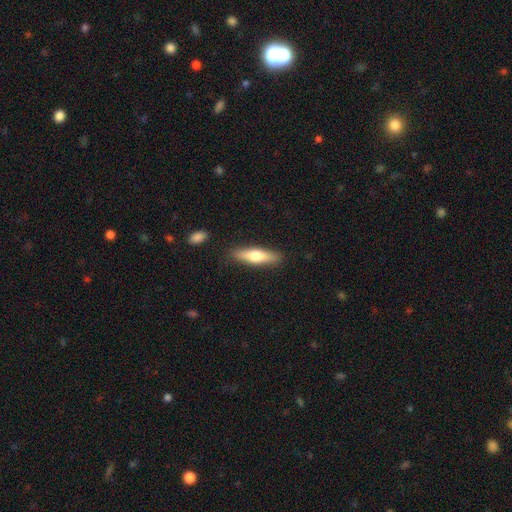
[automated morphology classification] A smooth galaxy with no disk features (61%) that is cigar-shaped (71%). Merging: none (87%).